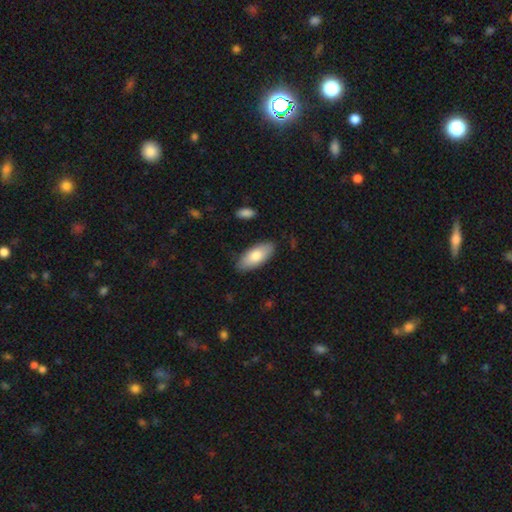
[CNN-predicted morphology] type=smooth (78%); roundness=in between (87%); merging=none (85%).